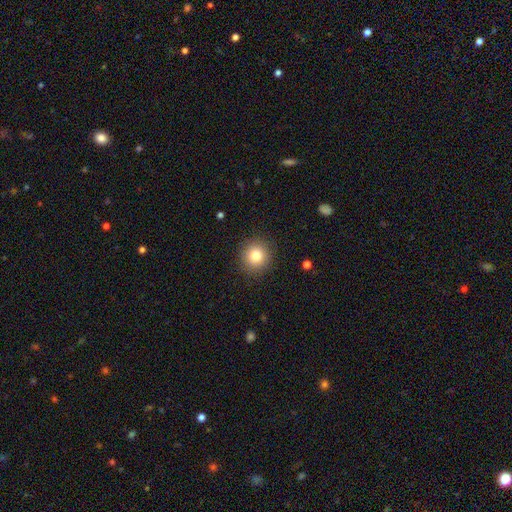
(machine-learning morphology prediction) Smooth or featured? smooth (82%)
How rounded? round (92%)
Merging? none (91%)